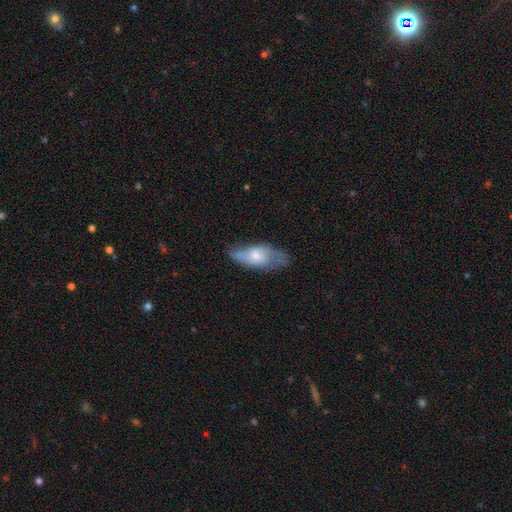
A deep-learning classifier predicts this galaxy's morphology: Smooth or featured: featured or disk — 54% (smooth — 40%)
Edge-on disk: no — 84% (yes — 16%)
Merging: none — 59% (minor disturbance — 27%)